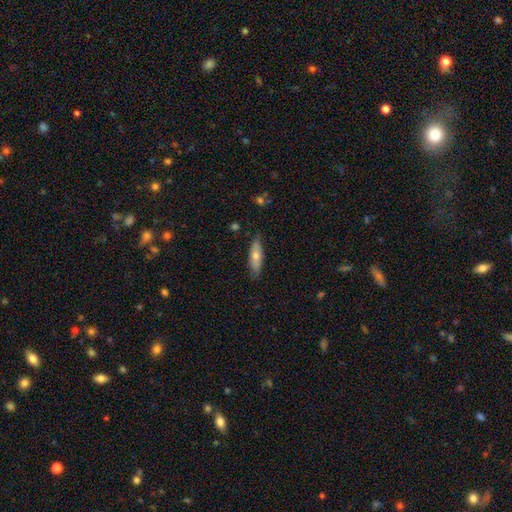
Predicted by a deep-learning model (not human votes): The model was most divided on "how rounded": cigar-shaped: 53%, in between: 45%, round: 2%. More confident: merging — none (83%); smooth or featured — smooth (62%).